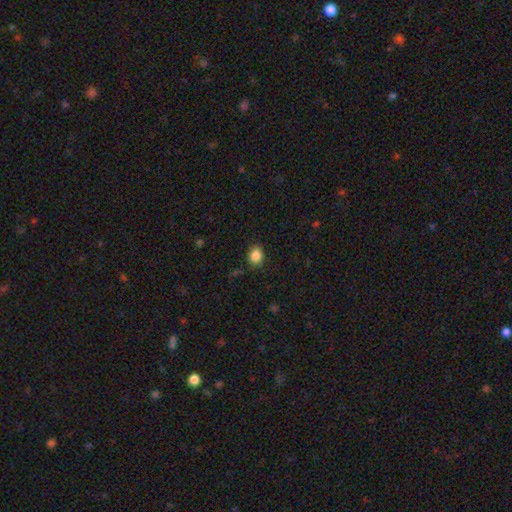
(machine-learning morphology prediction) Smooth or featured?
  - smooth: 86% *
  - star or artifact: 10%
  - featured or disk: 4%
How rounded?
  - in between: 53% *
  - round: 46%
  - cigar-shaped: 1%
Merging?
  - none: 86% *
  - minor disturbance: 10%
  - major disturbance: 3%
  - merger: 1%